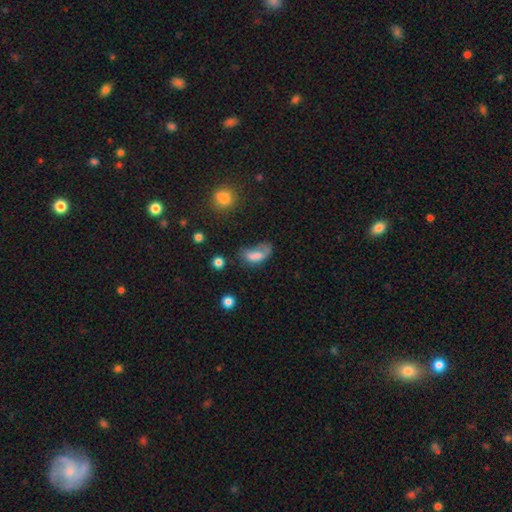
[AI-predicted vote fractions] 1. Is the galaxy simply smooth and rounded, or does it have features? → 59% smooth, 29% featured or disk, 12% star or artifact.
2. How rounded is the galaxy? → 85% in between, 10% round, 5% cigar-shaped.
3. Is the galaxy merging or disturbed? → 40% major disturbance, 22% none, 19% minor disturbance, 19% merger.